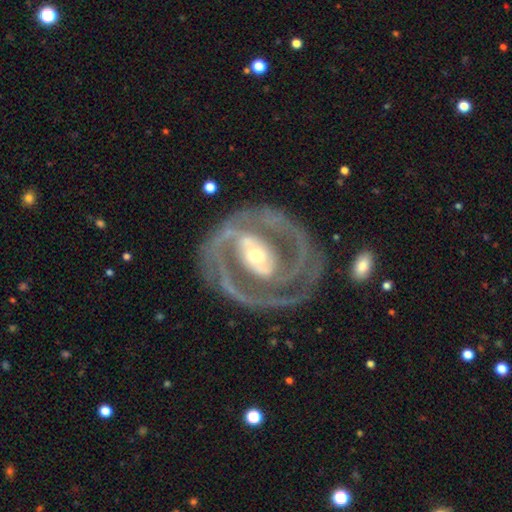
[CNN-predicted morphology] Overall: featured or disk (91%). Edge-on disk: no (97%). Bar: strong (46%; weak 31%). Spiral arms: yes (94%). Spiral arm count: 2 (71%). Spiral winding: tight (56%; medium 37%). Bulge size: moderate (59%; small 33%). Merging: none (74%).